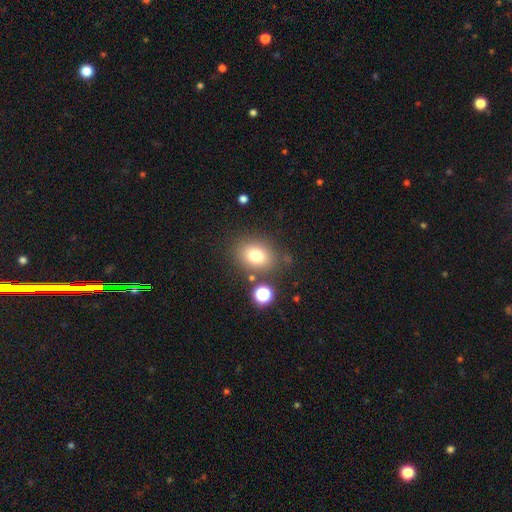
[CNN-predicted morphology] smooth 76%, star or artifact 13%, featured or disk 11%. Down the decision tree: how rounded — in between (51%); merging — none (78%).